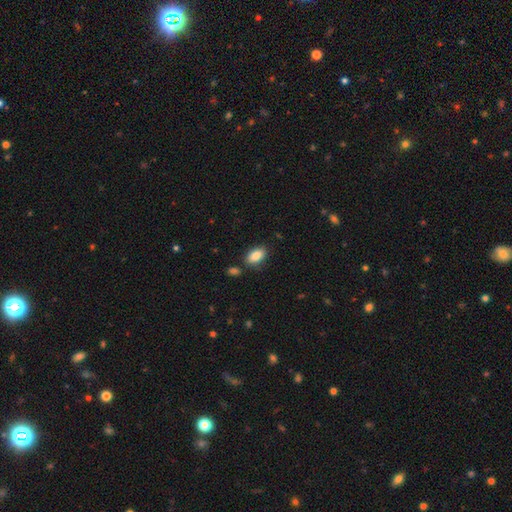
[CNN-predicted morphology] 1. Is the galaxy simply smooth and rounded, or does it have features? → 87% smooth, 7% star or artifact, 6% featured or disk.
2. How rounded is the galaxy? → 92% in between, 5% round, 3% cigar-shaped.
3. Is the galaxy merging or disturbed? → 80% none, 12% minor disturbance, 5% merger, 3% major disturbance.